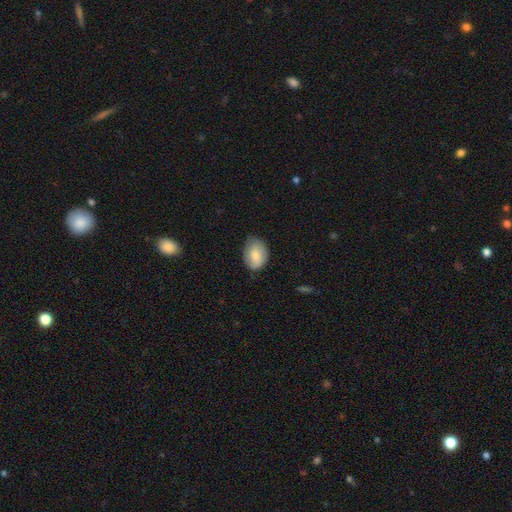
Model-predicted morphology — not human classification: Overall: smooth (77%). How rounded: in between (78%). Merging: none (67%; minor disturbance 27%).